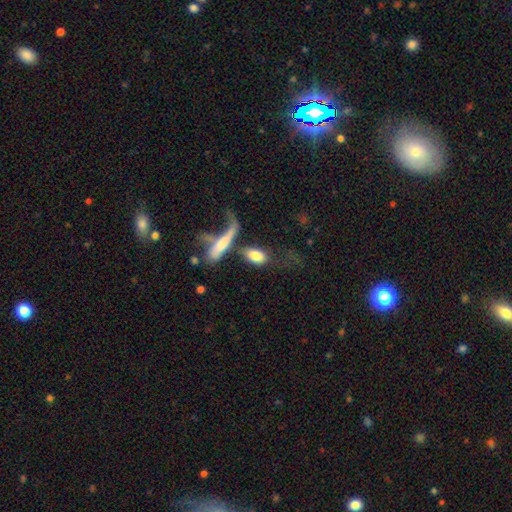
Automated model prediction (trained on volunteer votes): Overall: smooth (76%). How rounded: in between (85%). Merging: merger (37%; none 31%).